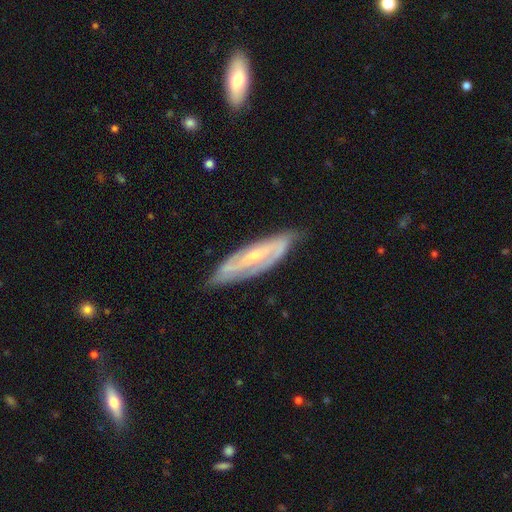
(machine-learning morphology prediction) type=featured or disk (79%); edge-on=no (78%); bar=no (40%); spiral arms=yes (90%); winding=tight (50%); arm count=2 (55%); bulge=small (63%); merging=none (73%).